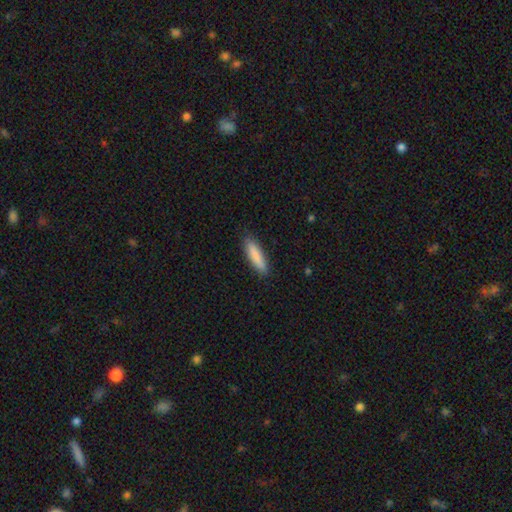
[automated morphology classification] smooth 87%, featured or disk 8%, star or artifact 6%. Down the decision tree: how rounded — cigar-shaped (70%); merging — none (87%).